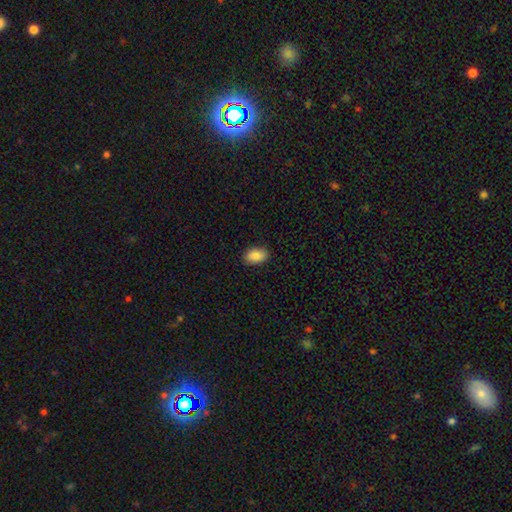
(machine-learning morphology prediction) A smooth galaxy with no disk features (89%) that is in between round and cigar-shaped (92%). Merging: none (88%).